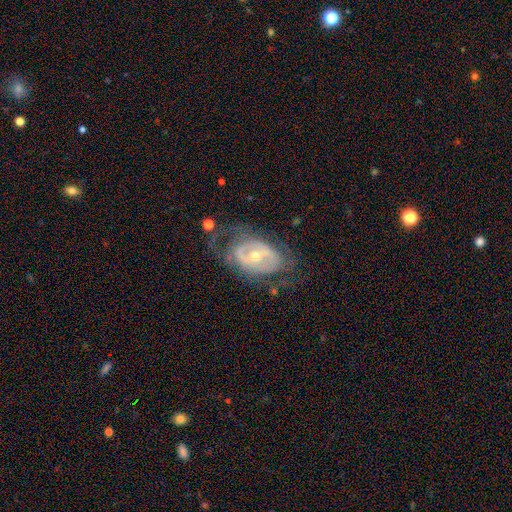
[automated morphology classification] smooth-or-featured: featured or disk: 77% | smooth: 17% | star or artifact: 6%
  disk-edge-on: no: 94% | yes: 6%
    bar: no: 48% | weak: 32% | strong: 21%
    has-spiral-arms: yes: 52% | no: 48%
    bulge-size: moderate: 53% | small: 43% | large: 2% | none: 1% | dominant: 1%
  merging: none: 55% | major disturbance: 22% | minor disturbance: 21% | merger: 2%